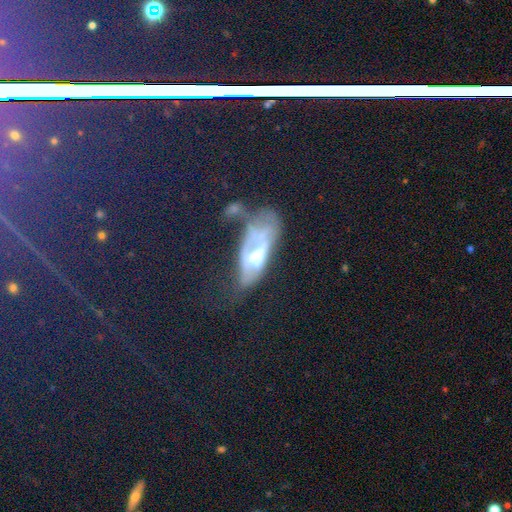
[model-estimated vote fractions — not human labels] Overall: featured or disk (45%; smooth 31%). Merging: major disturbance (42%; none 22%).